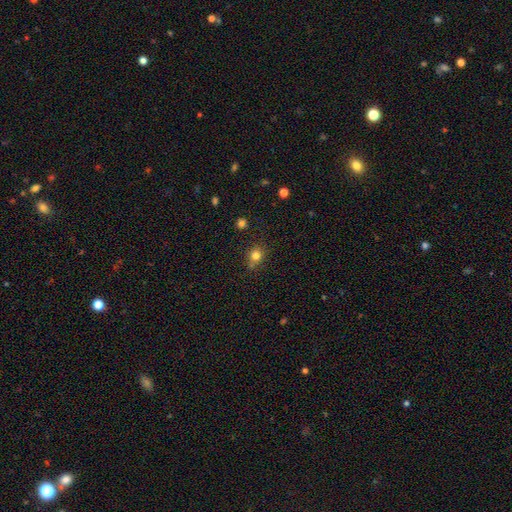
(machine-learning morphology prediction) type=smooth (79%); roundness=round (83%); merging=none (68%).